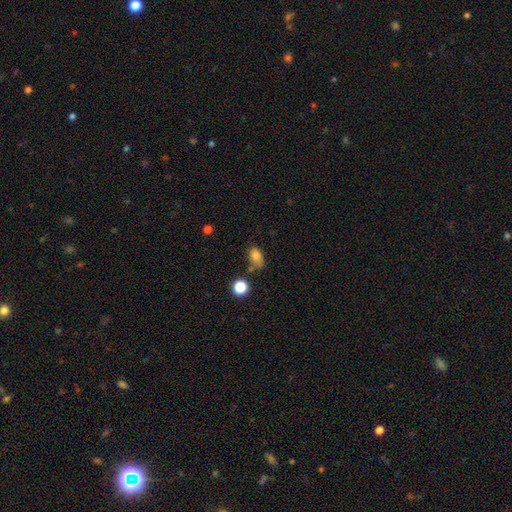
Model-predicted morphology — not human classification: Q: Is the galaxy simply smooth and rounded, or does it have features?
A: smooth — 79%.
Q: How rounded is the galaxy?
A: in between — 80%.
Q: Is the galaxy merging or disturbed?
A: none — 53%.